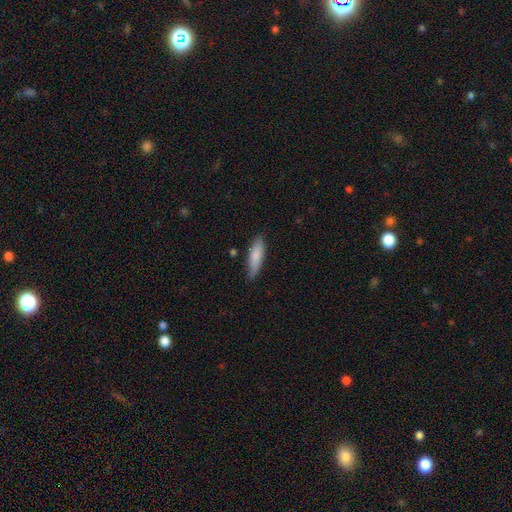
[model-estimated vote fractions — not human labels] Morphology: type=smooth (82%); roundness=cigar-shaped (55%); merging=none (74%).